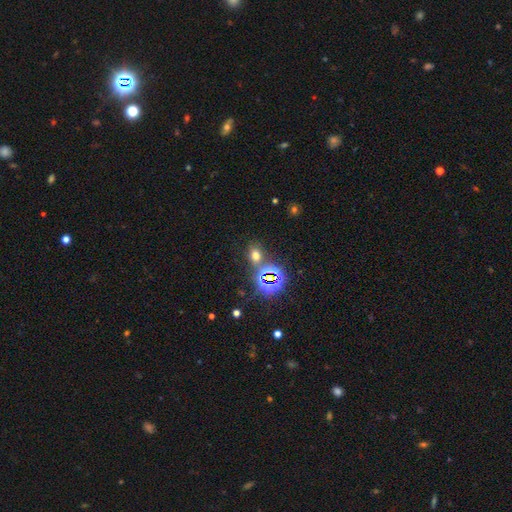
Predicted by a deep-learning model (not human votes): The model was most divided on "smooth or featured": smooth: 53%, star or artifact: 38%, featured or disk: 9%. More confident: merging — none (73%); how rounded — in between (57%).